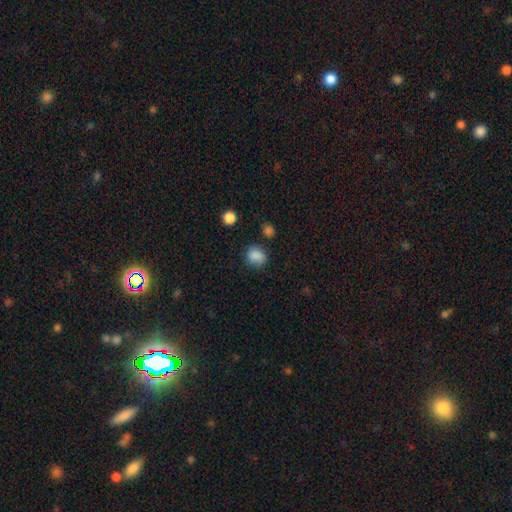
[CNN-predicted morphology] Overall: smooth (84%). How rounded: round (64%; in between 35%). Merging: none (74%).